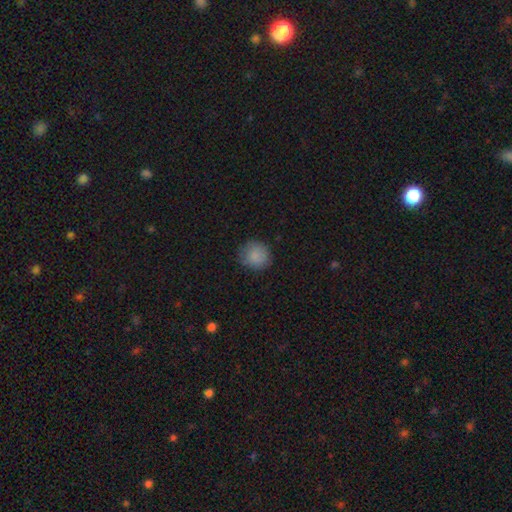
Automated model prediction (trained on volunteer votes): Q: Smooth or featured?
A: smooth (86%); runner-up: star or artifact (8%)
Q: How rounded?
A: round (88%); runner-up: in between (11%)
Q: Merging?
A: none (82%); runner-up: minor disturbance (14%)